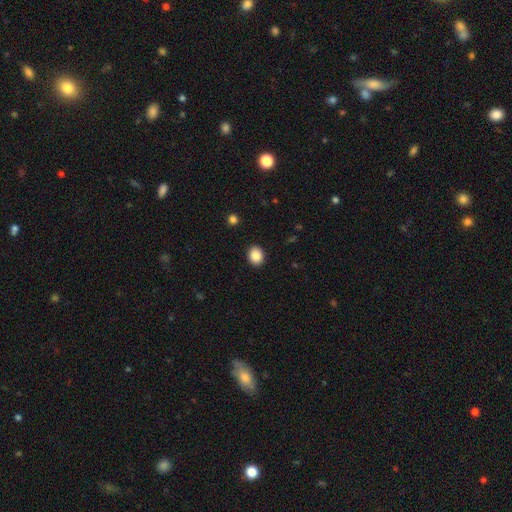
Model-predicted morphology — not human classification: type=smooth (87%); roundness=round (53%); merging=none (91%).